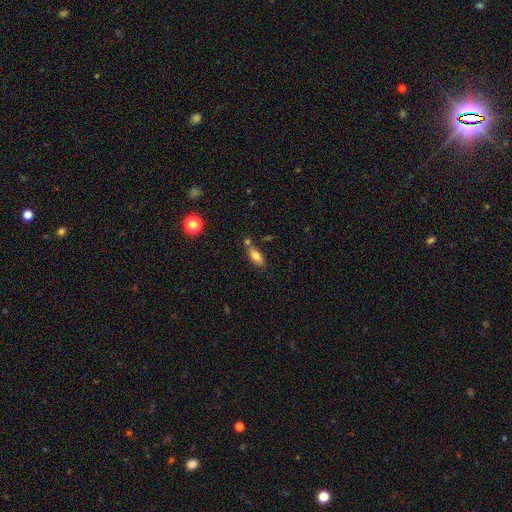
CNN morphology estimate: Smooth or featured?
  - smooth: 76% *
  - featured or disk: 15%
  - star or artifact: 9%
How rounded?
  - in between: 77% *
  - cigar-shaped: 20%
  - round: 4%
Merging?
  - none: 61% *
  - merger: 17%
  - minor disturbance: 17%
  - major disturbance: 4%